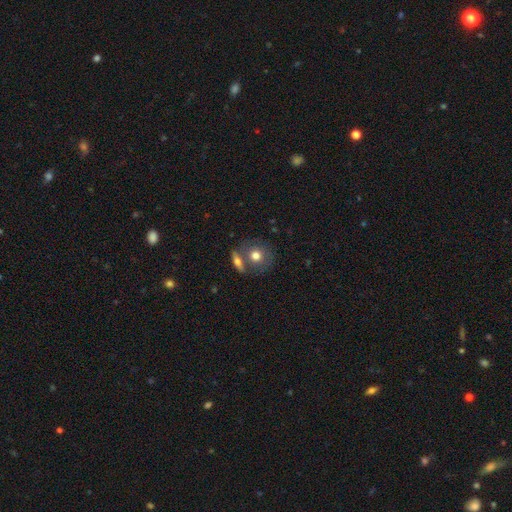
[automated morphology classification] Q: Smooth or featured?
A: smooth (69%); runner-up: featured or disk (23%)
Q: How rounded?
A: round (81%); runner-up: in between (17%)
Q: Merging?
A: none (58%); runner-up: merger (27%)